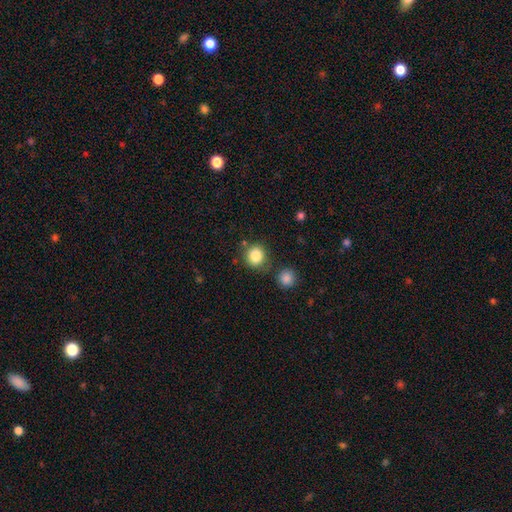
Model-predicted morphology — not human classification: Overall: smooth (85%). How rounded: round (86%). Merging: none (76%).